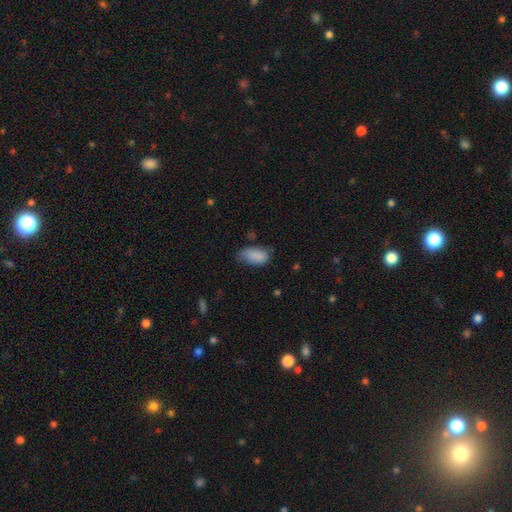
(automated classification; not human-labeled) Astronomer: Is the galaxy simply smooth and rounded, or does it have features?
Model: smooth — 85%.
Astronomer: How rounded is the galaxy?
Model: in between — 93%.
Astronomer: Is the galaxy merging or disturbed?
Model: none — 50% (runner-up: minor disturbance, 36%).